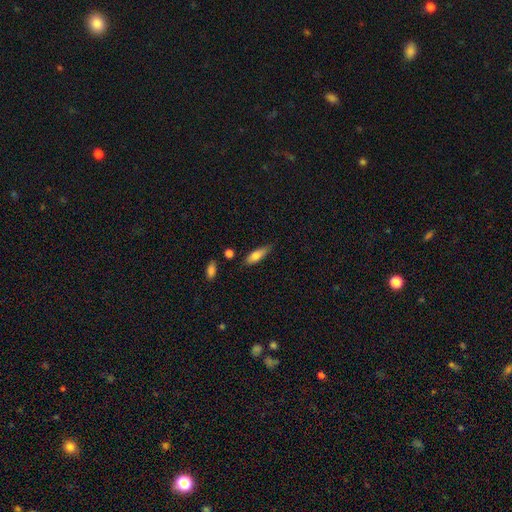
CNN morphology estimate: Overall: smooth (70%). How rounded: cigar-shaped (49%, tied with in between). Merging: none (72%).